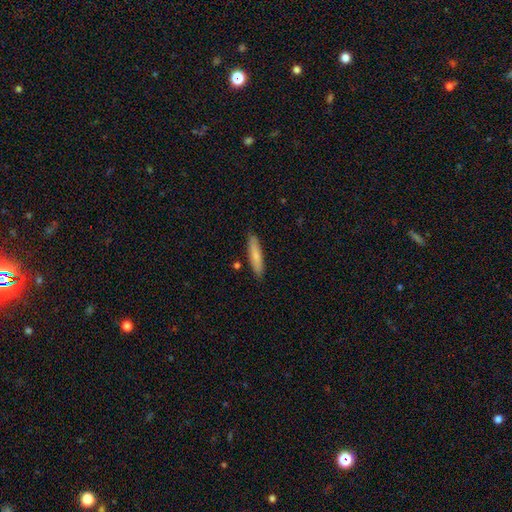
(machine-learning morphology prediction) This appears to be a smooth galaxy with no disk features (78%) that is cigar-shaped (84%). Merging: none (87%).